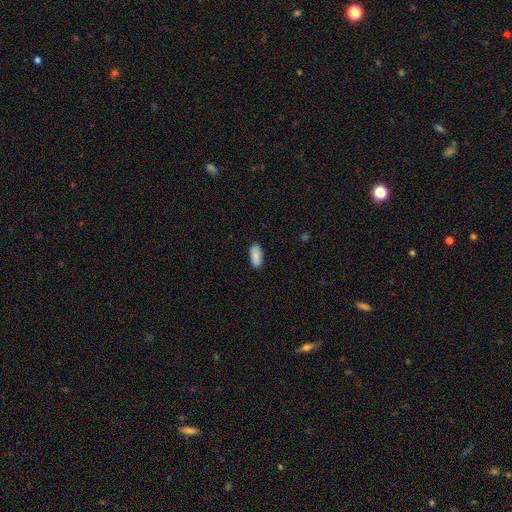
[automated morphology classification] smooth-or-featured: smooth: 88% | star or artifact: 6% | featured or disk: 5%
  how-rounded: in between: 87% | cigar-shaped: 11% | round: 2%
  merging: none: 88% | minor disturbance: 9% | major disturbance: 2% | merger: 1%